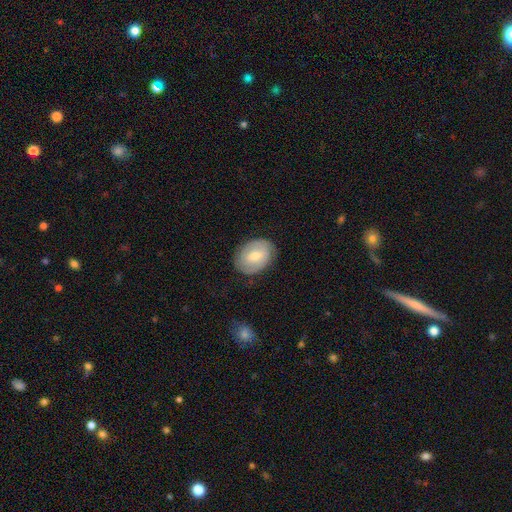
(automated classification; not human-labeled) Smooth or featured: smooth — 50% (featured or disk — 43%)
How rounded: in between — 71% (round — 28%)
Merging: none — 81% (minor disturbance — 14%)